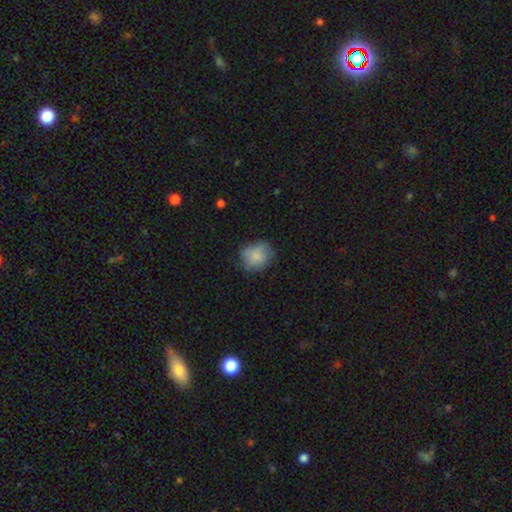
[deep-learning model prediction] Overall: smooth (79%). How rounded: round (74%). Merging: none (64%; minor disturbance 26%).